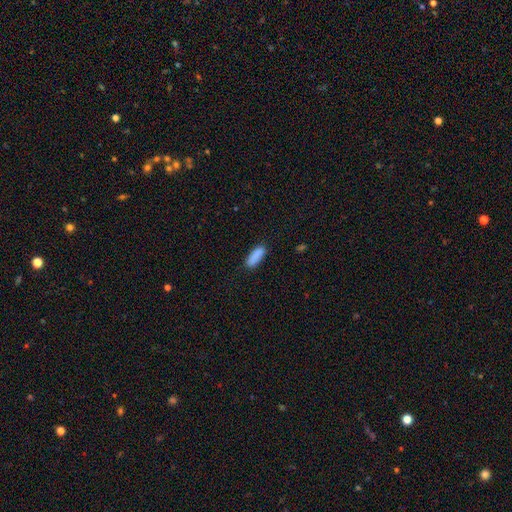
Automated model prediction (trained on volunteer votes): A smooth galaxy with no disk features (89%) that is in between round and cigar-shaped (57%). Merging: none (86%).